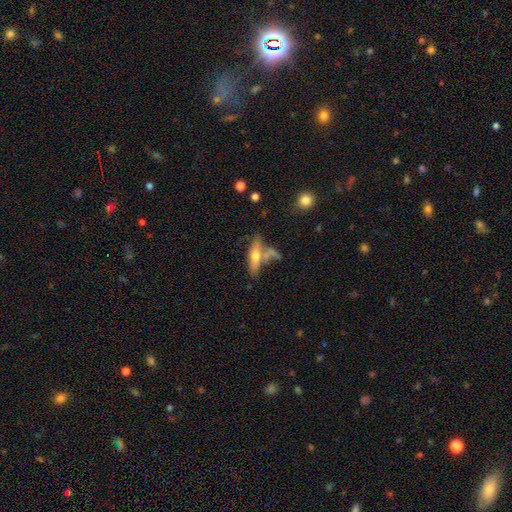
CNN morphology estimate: smooth 49%, featured or disk 43%, star or artifact 8%. Down the decision tree: merging — none (49%).